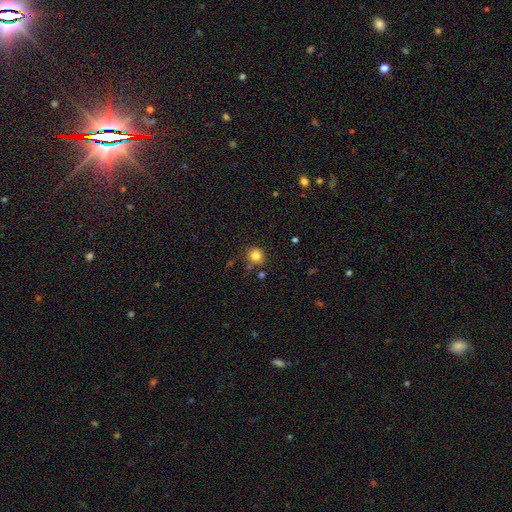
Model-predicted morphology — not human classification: Smooth or featured?
  - smooth: 82% *
  - star or artifact: 12%
  - featured or disk: 6%
How rounded?
  - round: 86% *
  - in between: 13%
  - cigar-shaped: 1%
Merging?
  - none: 79% *
  - minor disturbance: 12%
  - merger: 6%
  - major disturbance: 3%